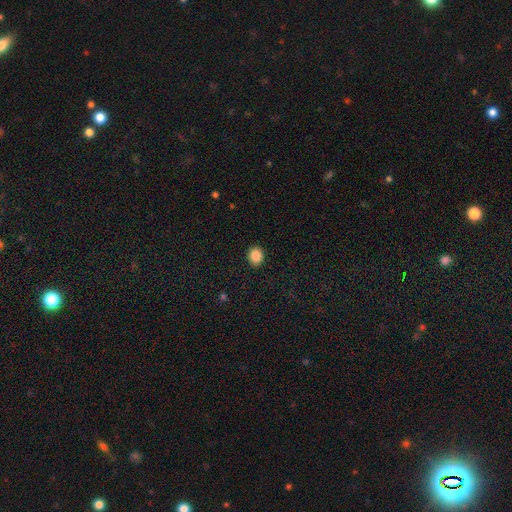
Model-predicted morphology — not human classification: smooth_or_featured: smooth (p=0.88) [alt: star or artifact p=0.09]
how_rounded: round (p=0.59) [alt: in between p=0.40]
merging: none (p=0.91) [alt: minor disturbance p=0.06]